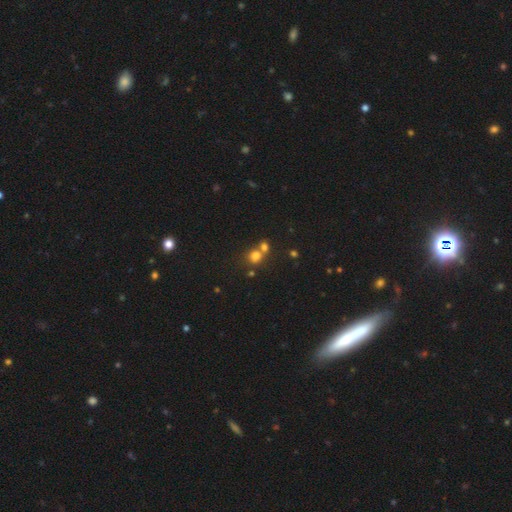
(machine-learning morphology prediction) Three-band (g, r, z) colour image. It shows a smooth galaxy with no disk features (74%) that is round (77%). Merging: merger (48%).